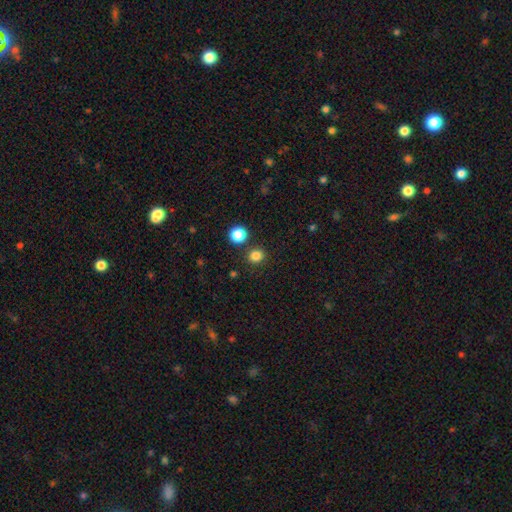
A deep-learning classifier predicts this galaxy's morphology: smooth_or_featured: smooth (p=0.82) [alt: star or artifact p=0.14]
how_rounded: round (p=0.86) [alt: in between p=0.13]
merging: none (p=0.85) [alt: minor disturbance p=0.06]